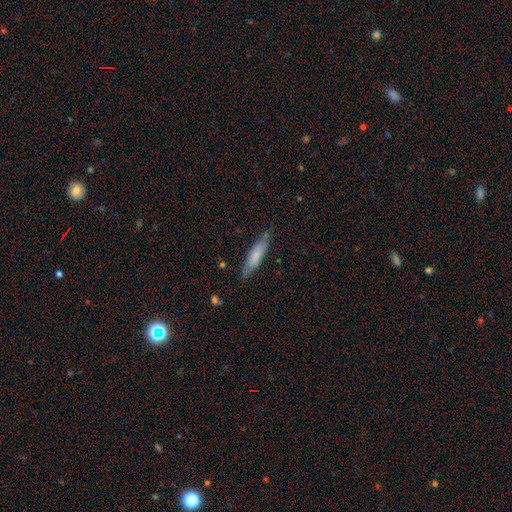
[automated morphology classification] smooth 69%, featured or disk 26%, star or artifact 6%. Down the decision tree: how rounded — cigar-shaped (75%); merging — none (78%).